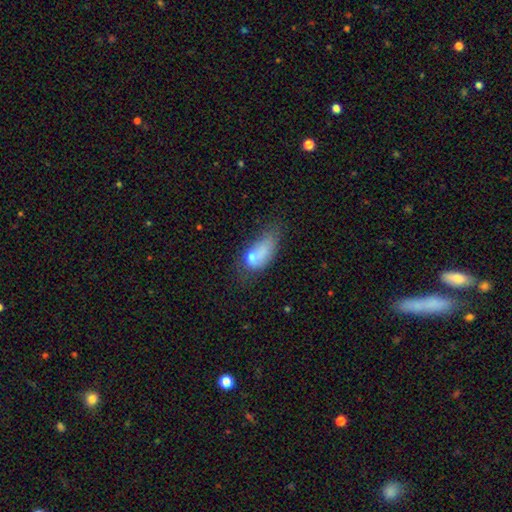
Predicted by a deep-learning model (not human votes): smooth_or_featured: smooth (p=0.65) [alt: featured or disk p=0.24]
how_rounded: in between (p=0.85) [alt: round p=0.09]
merging: major disturbance (p=0.35) [alt: minor disturbance p=0.23]